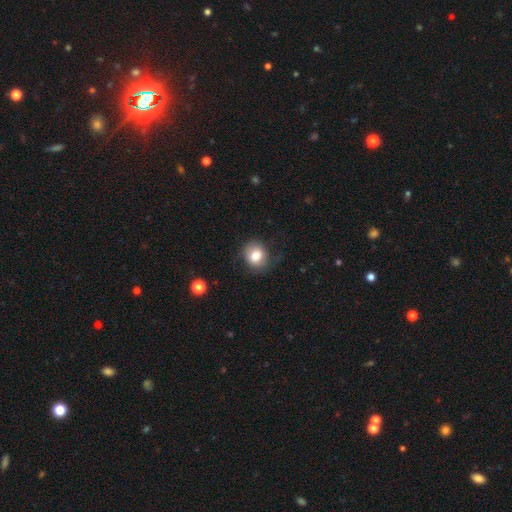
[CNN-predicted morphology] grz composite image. It shows a smooth galaxy with no disk features (80%) that is round (72%). Merging: none (76%).